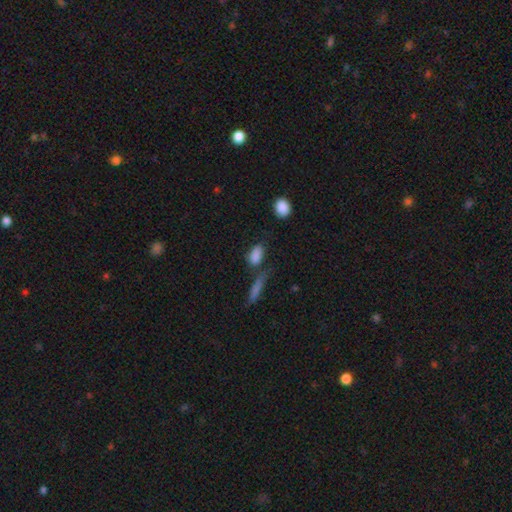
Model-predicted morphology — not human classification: A smooth galaxy with no disk features (84%) that is in between round and cigar-shaped (83%). Merging: none (55%).